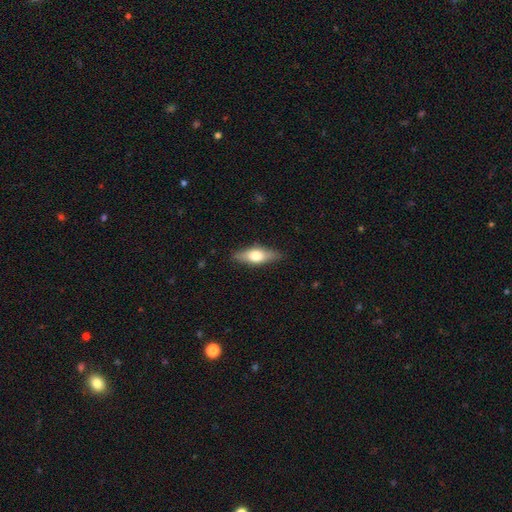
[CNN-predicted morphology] smooth-or-featured: smooth: 57% | featured or disk: 37% | star or artifact: 6%
  how-rounded: in between: 62% | cigar-shaped: 35% | round: 3%
  merging: none: 84% | minor disturbance: 13% | major disturbance: 2% | merger: 1%